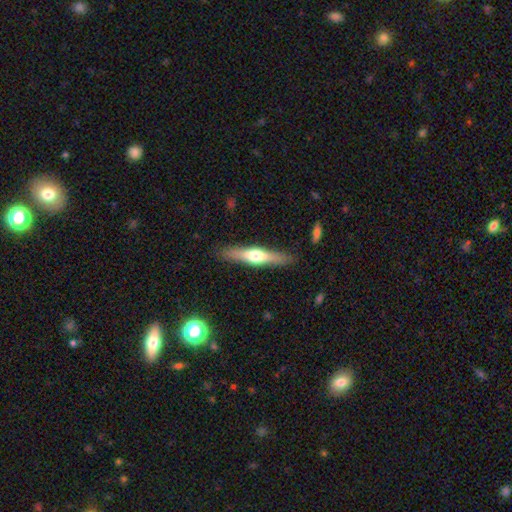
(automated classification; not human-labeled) Overall: featured or disk (55%; smooth 40%). Edge-on disk: yes (94%). Edge-on bulge: rounded (91%). Merging: none (88%).